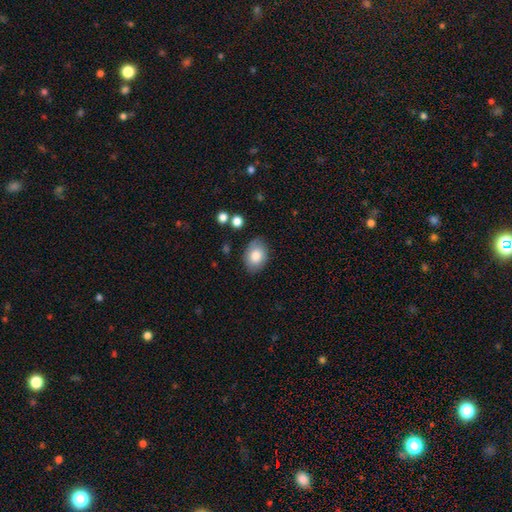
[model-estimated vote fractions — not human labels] This appears to be a smooth galaxy with no disk features (79%) that is in between round and cigar-shaped (72%). Merging: none (77%).